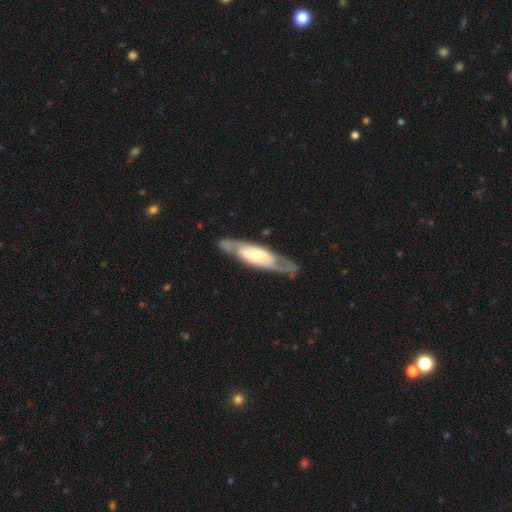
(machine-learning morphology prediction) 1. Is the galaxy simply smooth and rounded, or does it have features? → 72% featured or disk, 23% smooth, 4% star or artifact.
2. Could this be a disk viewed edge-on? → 72% no, 28% yes.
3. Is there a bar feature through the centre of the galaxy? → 42% no, 32% weak, 26% strong.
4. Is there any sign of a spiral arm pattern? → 73% yes, 27% no.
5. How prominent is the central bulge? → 45% moderate, 33% small, 17% large, 3% none, 2% dominant.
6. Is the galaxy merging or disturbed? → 79% none, 14% minor disturbance, 6% major disturbance, 2% merger.